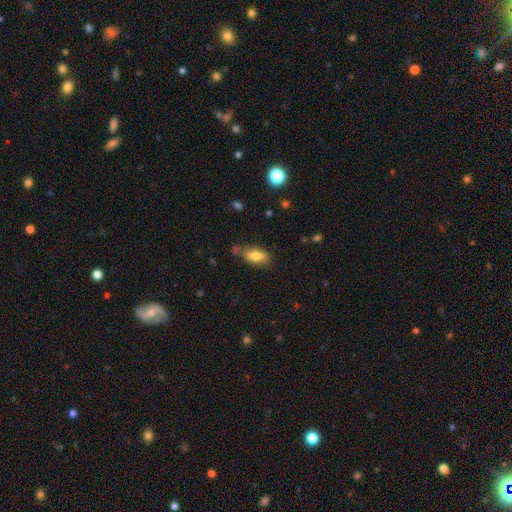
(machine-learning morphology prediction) The model was most divided on "merging": none: 70%, minor disturbance: 17%, merger: 9%, major disturbance: 4%. More confident: how rounded — in between (89%); smooth or featured — smooth (80%).